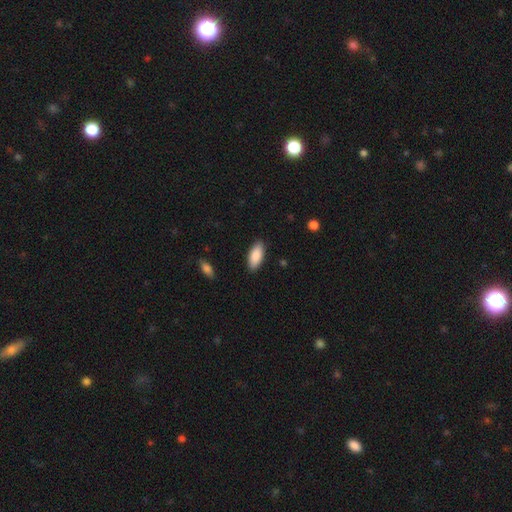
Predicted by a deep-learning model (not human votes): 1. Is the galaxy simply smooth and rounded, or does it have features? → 88% smooth, 6% featured or disk, 6% star or artifact.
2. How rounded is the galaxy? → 86% in between, 12% cigar-shaped, 2% round.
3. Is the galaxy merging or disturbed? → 88% none, 9% minor disturbance, 2% major disturbance, 1% merger.